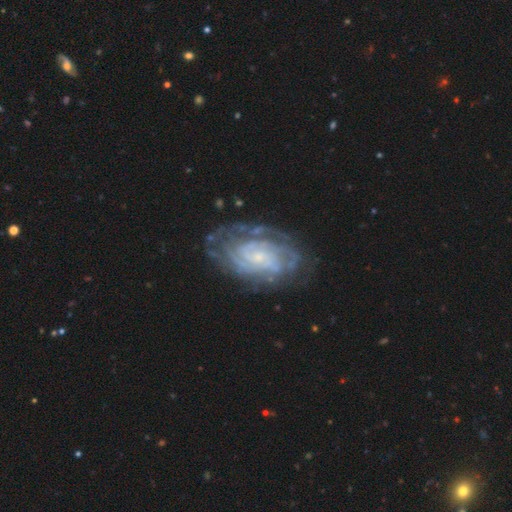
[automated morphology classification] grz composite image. It shows a featured or disk galaxy (80%) with no bar (65%), tight (71%) spiral arms (88%) and a small central bulge (73%). Merging: none (71%).